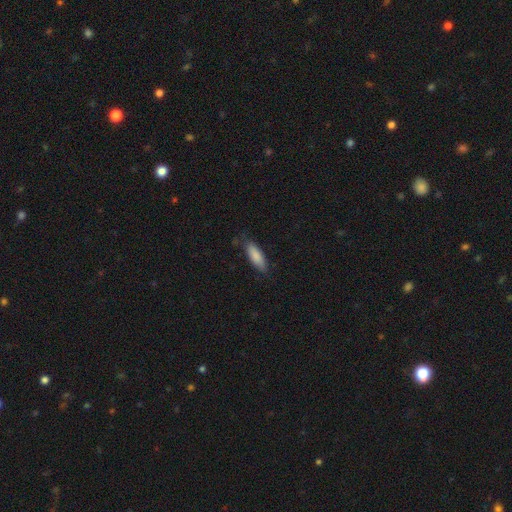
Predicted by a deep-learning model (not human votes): Morphology: type=smooth (86%); roundness=in between (57%); merging=none (78%).